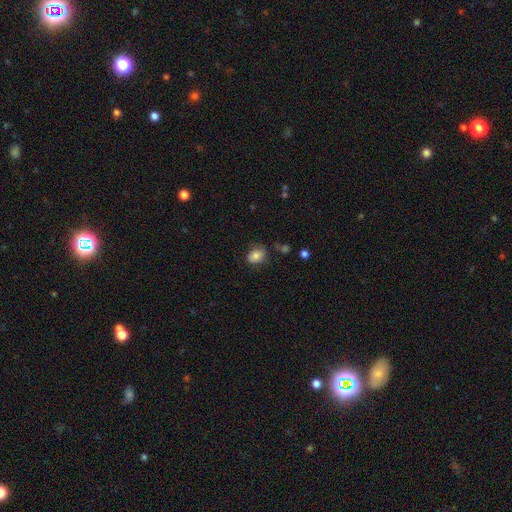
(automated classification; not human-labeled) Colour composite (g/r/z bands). It shows a smooth galaxy with no disk features (80%) that is in between round and cigar-shaped (71%). Merging: none (68%).